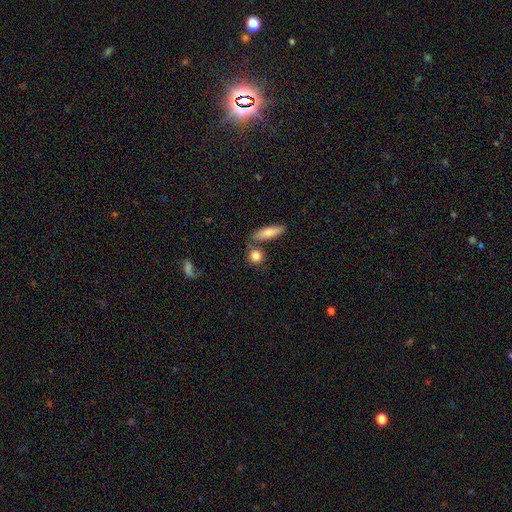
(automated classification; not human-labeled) Smooth or featured?
  - smooth: 83% *
  - featured or disk: 9%
  - star or artifact: 8%
How rounded?
  - round: 74% *
  - in between: 19%
  - cigar-shaped: 7%
Merging?
  - none: 67% *
  - merger: 18%
  - minor disturbance: 11%
  - major disturbance: 4%